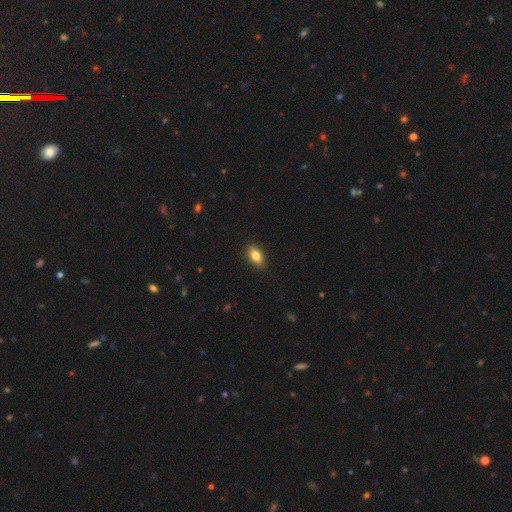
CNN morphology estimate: Smooth or featured: smooth — 82% (featured or disk — 10%)
How rounded: in between — 85% (cigar-shaped — 8%)
Merging: none — 86% (minor disturbance — 11%)